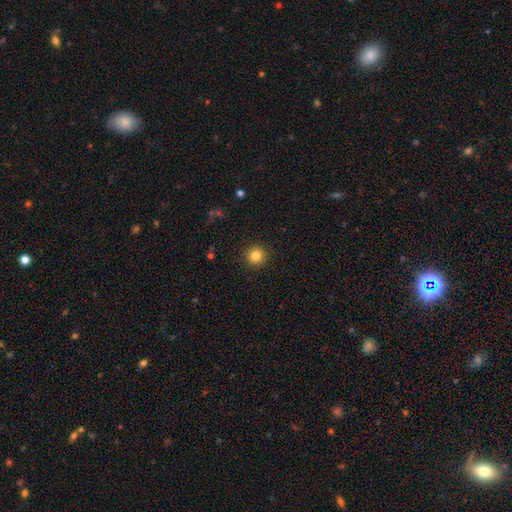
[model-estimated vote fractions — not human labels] A smooth galaxy with no disk features (83%) that is round (95%).

Vote fractions:
- Smooth or featured? smooth: 83% / star or artifact: 11% / featured or disk: 5%
- How rounded? round: 95% / in between: 4% / cigar-shaped: 1%
- Merging? none: 92% / minor disturbance: 5% / major disturbance: 2% / merger: 1%